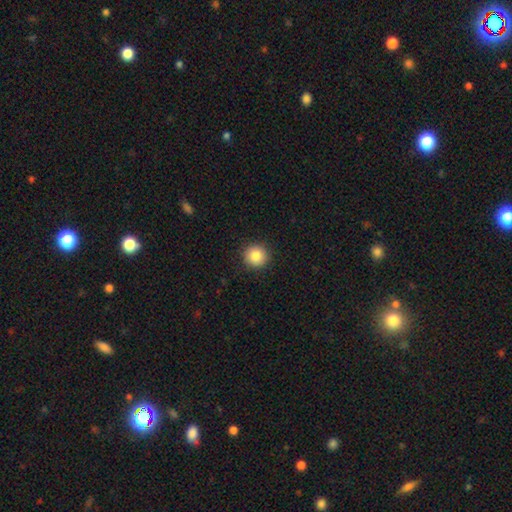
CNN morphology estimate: Smooth or featured?
  - smooth: 85% *
  - star or artifact: 9%
  - featured or disk: 6%
How rounded?
  - round: 94% *
  - in between: 5%
  - cigar-shaped: 1%
Merging?
  - none: 91% *
  - minor disturbance: 6%
  - major disturbance: 2%
  - merger: 1%